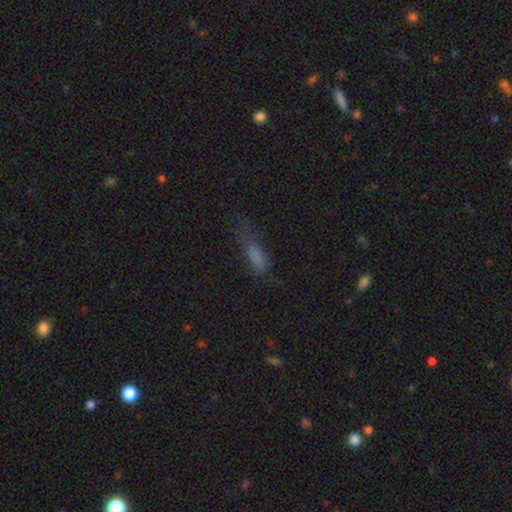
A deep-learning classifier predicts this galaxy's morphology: Smooth or featured?
  - smooth: 71% *
  - star or artifact: 16%
  - featured or disk: 13%
How rounded?
  - in between: 48% * (tied)
  - cigar-shaped: 48% * (tied)
  - round: 4%
Merging?
  - none: 45% *
  - minor disturbance: 31%
  - major disturbance: 21%
  - merger: 3%